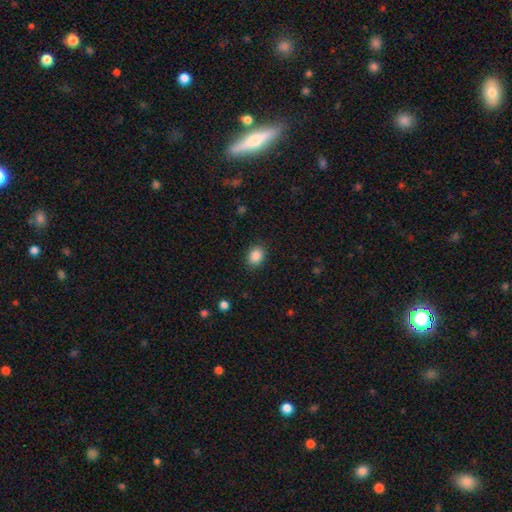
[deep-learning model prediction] Overall: smooth (87%). How rounded: in between (61%; round 38%). Merging: none (87%).